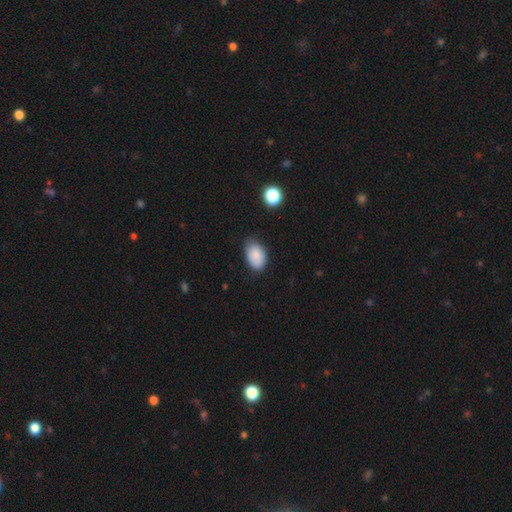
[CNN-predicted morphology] smooth_or_featured: smooth (p=0.85) [alt: star or artifact p=0.08]
how_rounded: in between (p=0.89) [alt: round p=0.10]
merging: none (p=0.66) [alt: minor disturbance p=0.27]